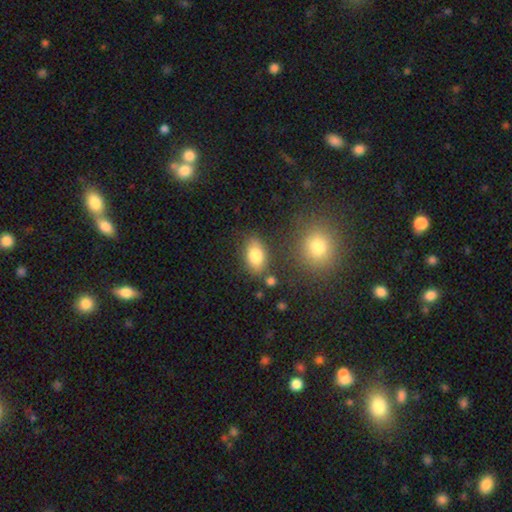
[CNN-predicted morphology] Q: Smooth or featured?
A: smooth (80%); runner-up: featured or disk (11%)
Q: How rounded?
A: in between (87%); runner-up: round (10%)
Q: Merging?
A: none (76%); runner-up: minor disturbance (14%)